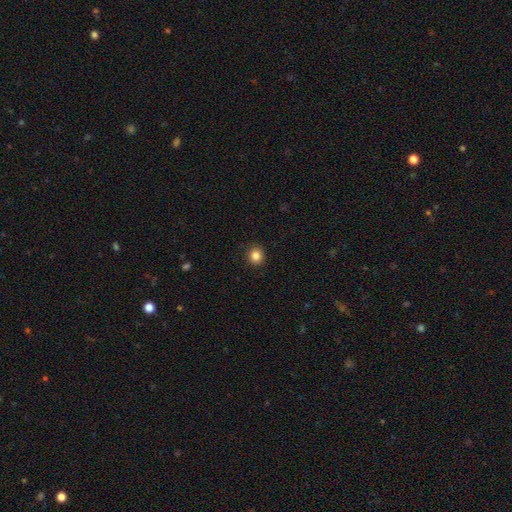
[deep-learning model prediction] This is clearly a smooth galaxy (85%). How rounded: clearly round (87%). Merging: clearly none (91%).